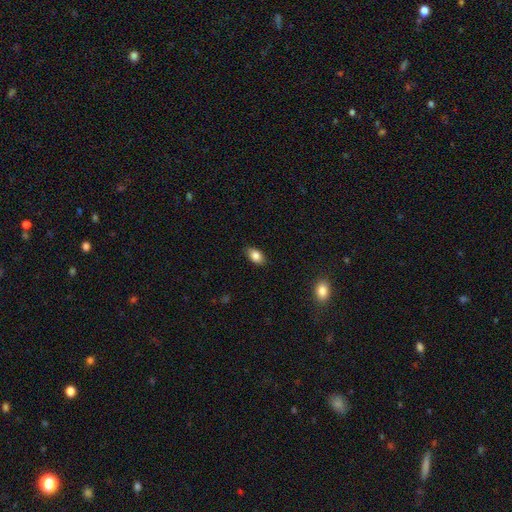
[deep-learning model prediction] Smooth or featured? Predicted: smooth (p=0.85). How rounded? Predicted: in between (p=0.89). Merging? Predicted: none (p=0.86).